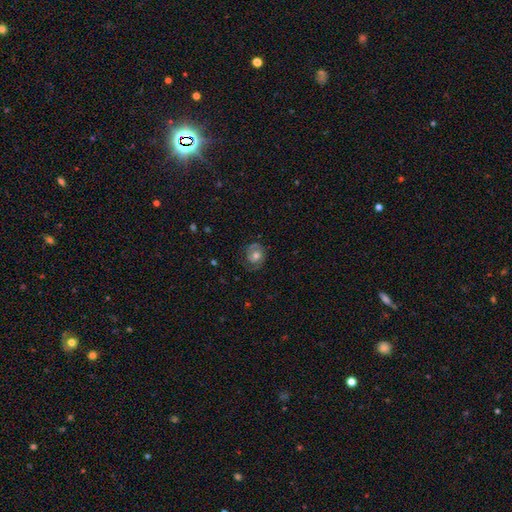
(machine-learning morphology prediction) type=featured or disk (70%); edge-on=no (97%); bar=no (71%); spiral arms=yes (90%); winding=tight (53%); arm count=2 (72%); bulge=moderate (70%); merging=none (71%).